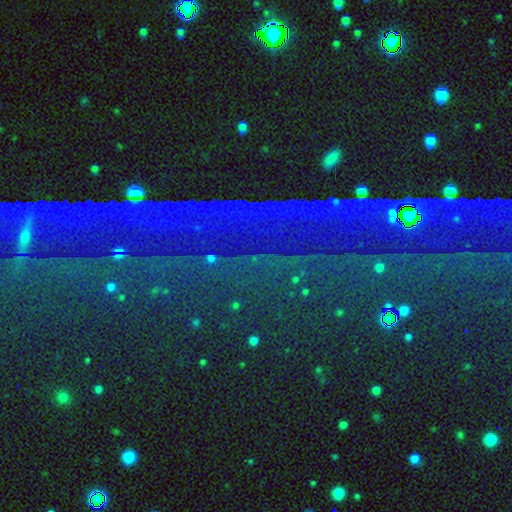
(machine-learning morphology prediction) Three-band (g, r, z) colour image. It shows a star or artifact, not a galaxy (84%).